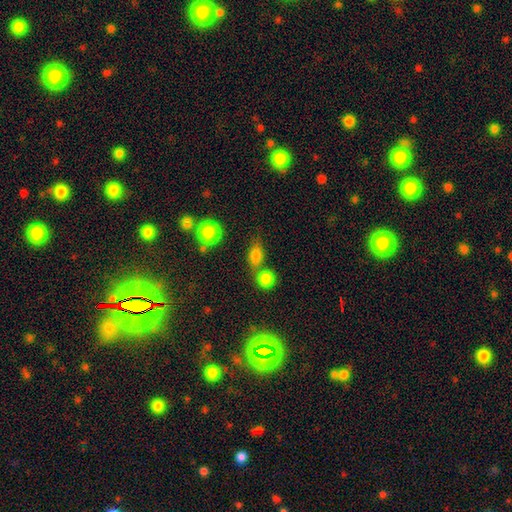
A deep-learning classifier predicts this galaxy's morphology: A smooth galaxy with no disk features (81%) that is in between round and cigar-shaped (66%).

Vote fractions:
- Smooth or featured? smooth: 81% / star or artifact: 12% / featured or disk: 8%
- How rounded? in between: 66% / round: 29% / cigar-shaped: 5%
- Merging? none: 54% / merger: 27% / minor disturbance: 14% / major disturbance: 6%